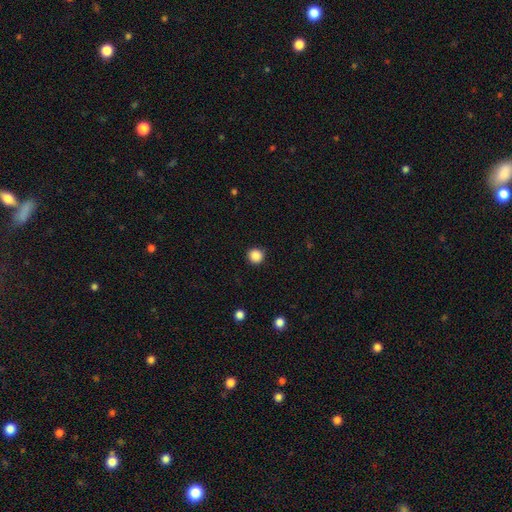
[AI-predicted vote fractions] smooth_or_featured: smooth (p=0.87) [alt: star or artifact p=0.10]
how_rounded: round (p=0.95) [alt: in between p=0.04]
merging: none (p=0.91) [alt: minor disturbance p=0.06]